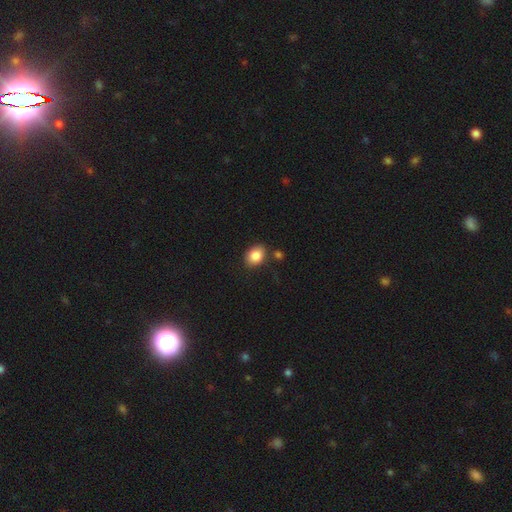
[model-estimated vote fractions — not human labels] This is clearly a smooth galaxy (86%). How rounded: likely in between (61%). Merging: likely none (77%).